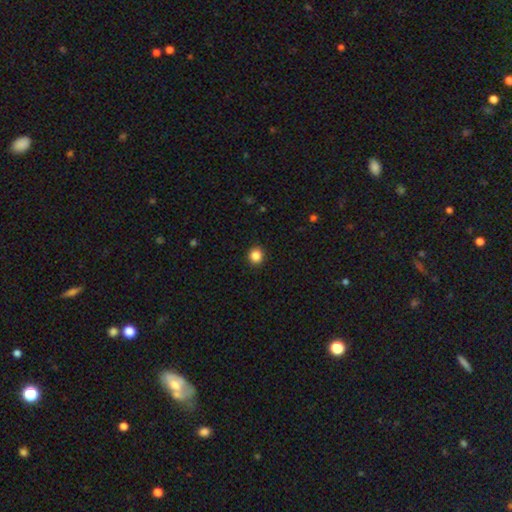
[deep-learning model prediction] Smooth or featured?
  - smooth: 86% *
  - star or artifact: 11%
  - featured or disk: 3%
How rounded?
  - round: 91% *
  - in between: 9%
  - cigar-shaped: 1%
Merging?
  - none: 92% *
  - minor disturbance: 5%
  - major disturbance: 2%
  - merger: 1%